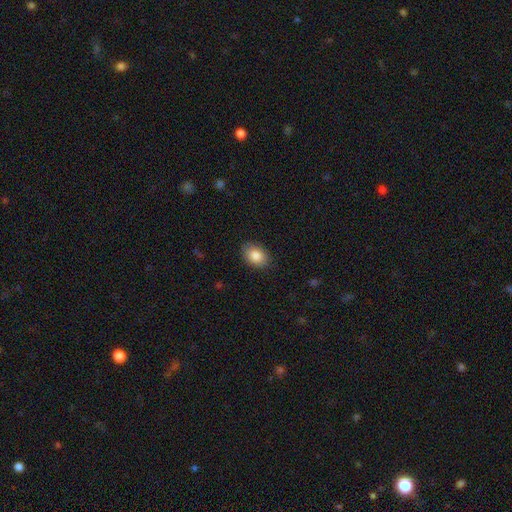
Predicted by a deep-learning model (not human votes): A smooth galaxy with no disk features (86%) that is in between round and cigar-shaped (81%).

Vote fractions:
- Smooth or featured? smooth: 86% / star or artifact: 8% / featured or disk: 7%
- How rounded? in between: 81% / round: 18% / cigar-shaped: 1%
- Merging? none: 88% / minor disturbance: 9% / major disturbance: 2% / merger: 1%